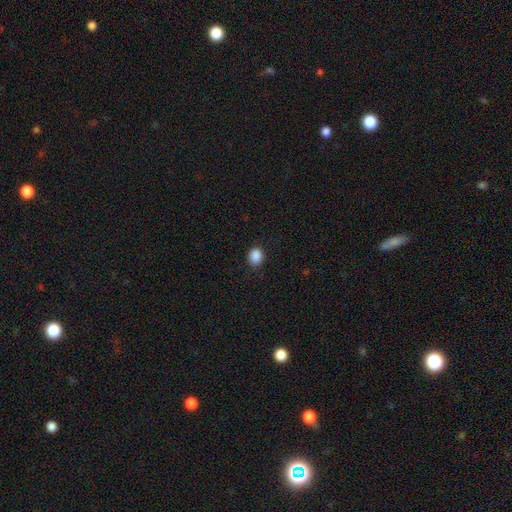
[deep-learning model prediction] Overall: smooth (88%). How rounded: round (66%; in between 34%). Merging: none (87%).